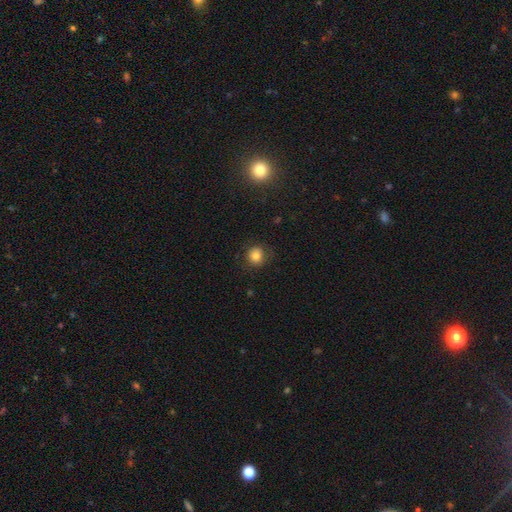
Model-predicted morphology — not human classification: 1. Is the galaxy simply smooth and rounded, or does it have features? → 81% smooth, 12% star or artifact, 7% featured or disk.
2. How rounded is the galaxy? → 88% round, 11% in between, 1% cigar-shaped.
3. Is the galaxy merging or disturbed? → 82% none, 12% minor disturbance, 4% major disturbance, 1% merger.